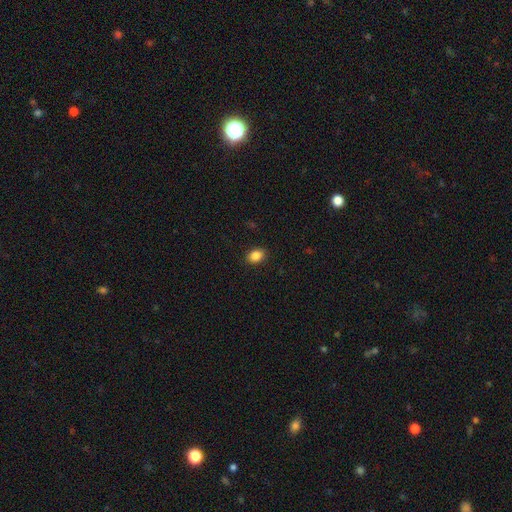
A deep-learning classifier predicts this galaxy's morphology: type=smooth (87%); roundness=in between (71%); merging=none (89%).